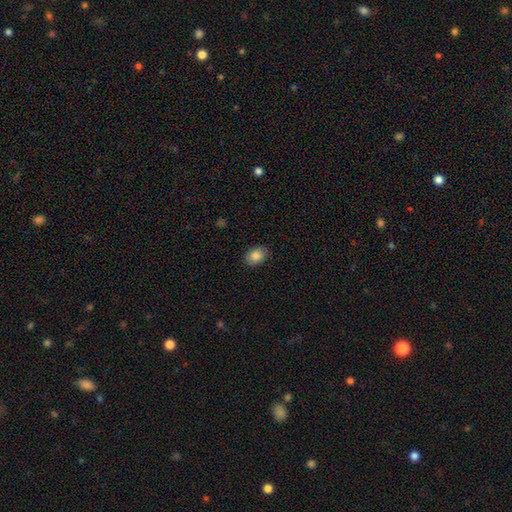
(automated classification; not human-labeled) smooth-or-featured: smooth: 86% | star or artifact: 8% | featured or disk: 6%
  how-rounded: in between: 76% | round: 23% | cigar-shaped: 1%
  merging: none: 88% | minor disturbance: 9% | major disturbance: 2% | merger: 1%